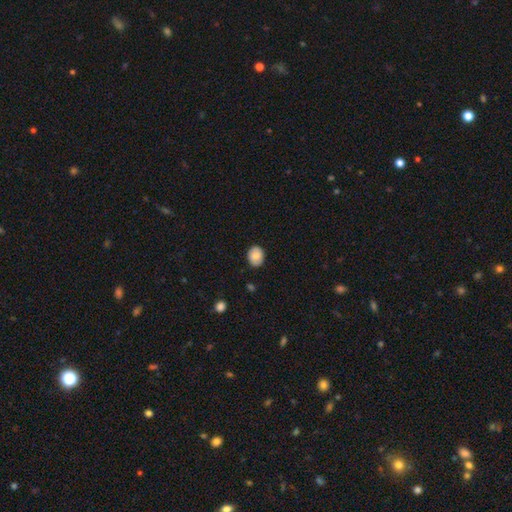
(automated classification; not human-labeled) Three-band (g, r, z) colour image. It shows a smooth galaxy with no disk features (76%) that is in between round and cigar-shaped (50%). Merging: none (86%).